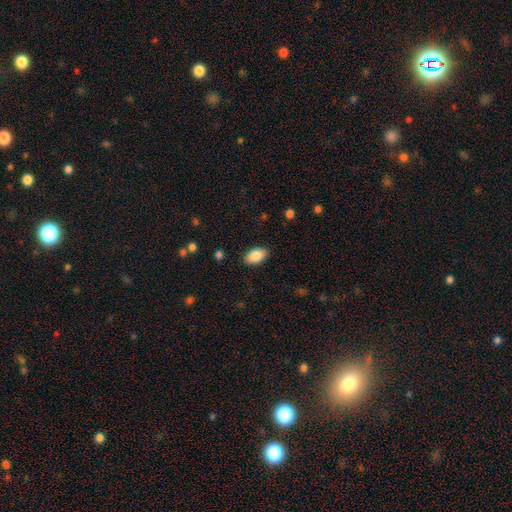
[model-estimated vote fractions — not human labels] Smooth or featured? smooth (85%)
How rounded? in between (94%)
Merging? none (88%)